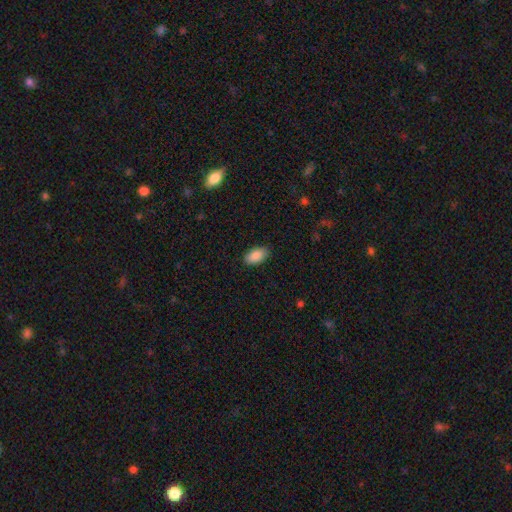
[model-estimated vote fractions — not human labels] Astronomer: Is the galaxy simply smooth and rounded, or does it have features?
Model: smooth — 89%.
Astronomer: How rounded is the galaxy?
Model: in between — 94%.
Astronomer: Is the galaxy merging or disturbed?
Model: none — 87%.